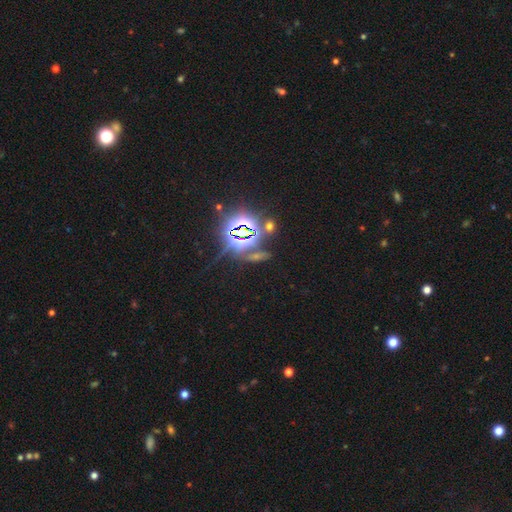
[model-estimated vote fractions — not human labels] Smooth or featured?
  - star or artifact: 82% *
  - smooth: 9%
  - featured or disk: 8%